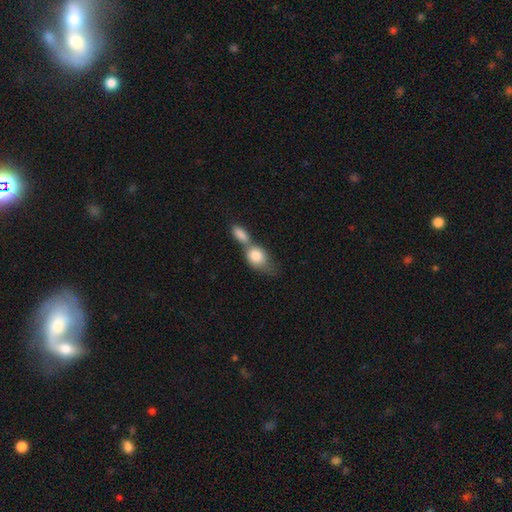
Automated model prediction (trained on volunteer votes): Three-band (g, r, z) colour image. It shows a smooth galaxy with no disk features (80%) that is in between round and cigar-shaped (65%). Merging: merger (69%).